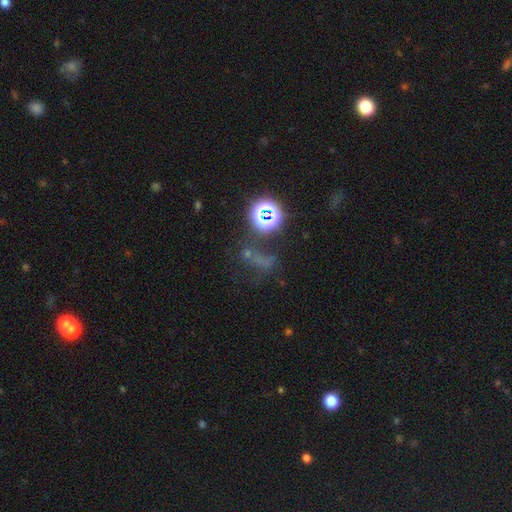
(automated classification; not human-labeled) Smooth or featured: star or artifact — 68% (smooth — 20%)